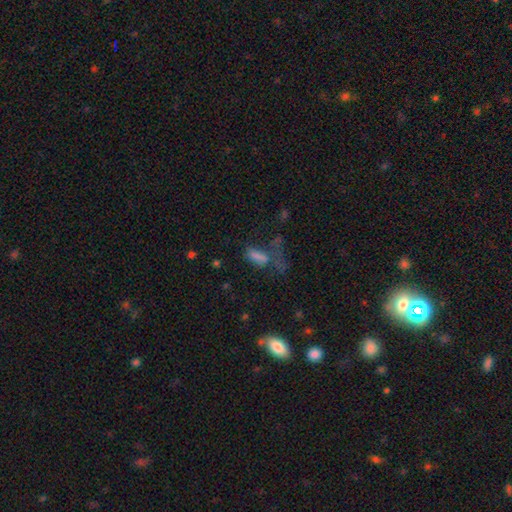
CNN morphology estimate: A smooth galaxy with no disk features (67%) that is in between round and cigar-shaped (63%). Merging: major disturbance (40%).